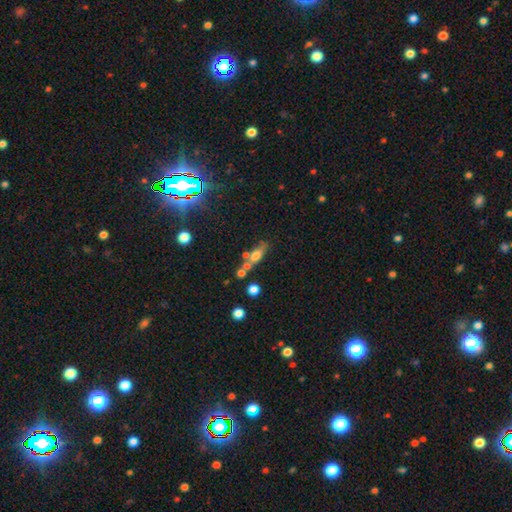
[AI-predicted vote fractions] smooth 61%, featured or disk 26%, star or artifact 13%. Down the decision tree: how rounded — in between (58%); merging — none (49%).